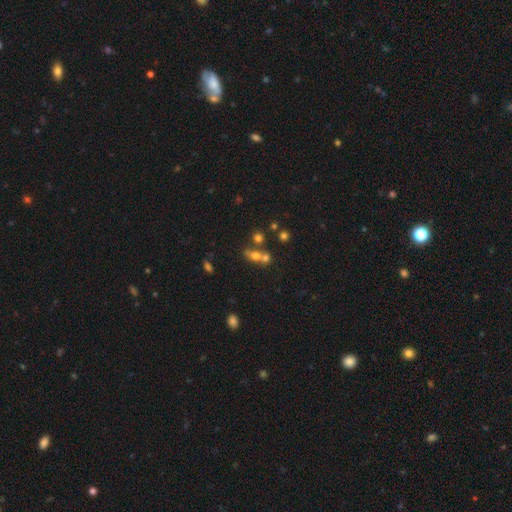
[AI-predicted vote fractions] Smooth or featured? Predicted: smooth (p=0.64). How rounded? Predicted: round (p=0.47, tied with in between). Merging? Predicted: merger (p=0.49).